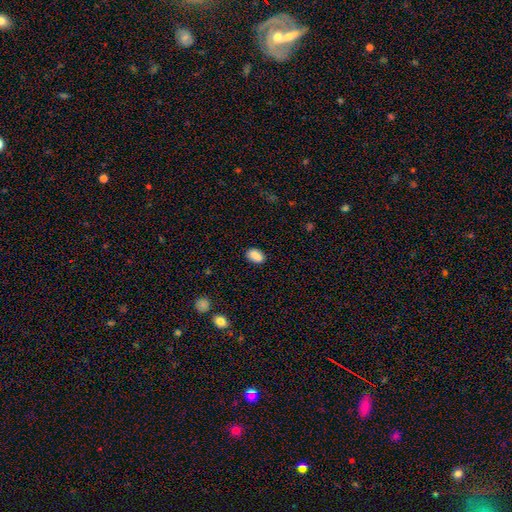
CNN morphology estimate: This appears to be a smooth galaxy with no disk features (89%) that is in between round and cigar-shaped (88%). Merging: none (87%).